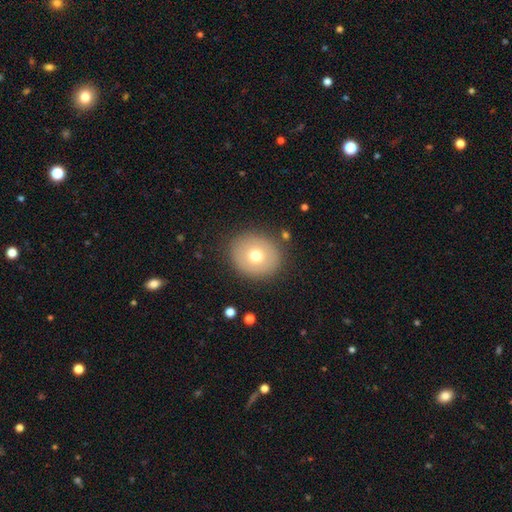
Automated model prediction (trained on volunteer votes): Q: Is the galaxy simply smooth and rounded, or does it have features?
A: smooth — 68%.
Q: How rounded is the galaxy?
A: round — 77%.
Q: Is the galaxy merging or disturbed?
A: none — 87%.